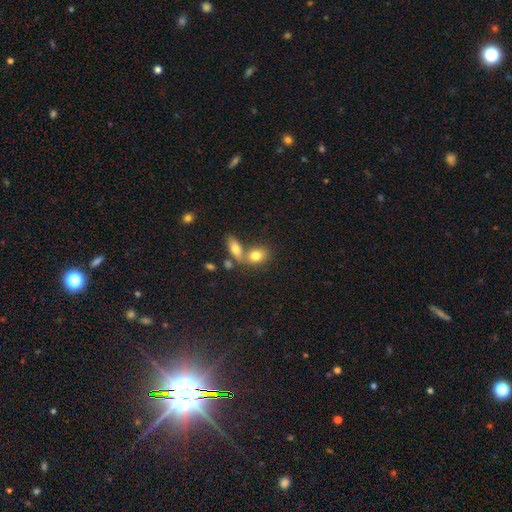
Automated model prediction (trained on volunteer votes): A smooth galaxy with no disk features (78%) that is in between round and cigar-shaped (66%).

Vote fractions:
- Smooth or featured? smooth: 78% / featured or disk: 13% / star or artifact: 9%
- How rounded? in between: 66% / round: 30% / cigar-shaped: 4%
- Merging? merger: 46% / none: 41% / minor disturbance: 9% / major disturbance: 4%